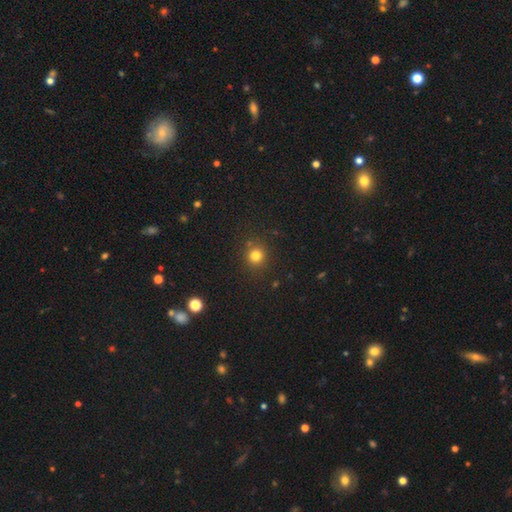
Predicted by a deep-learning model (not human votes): Morphology: type=smooth (80%); roundness=round (91%); merging=none (86%).